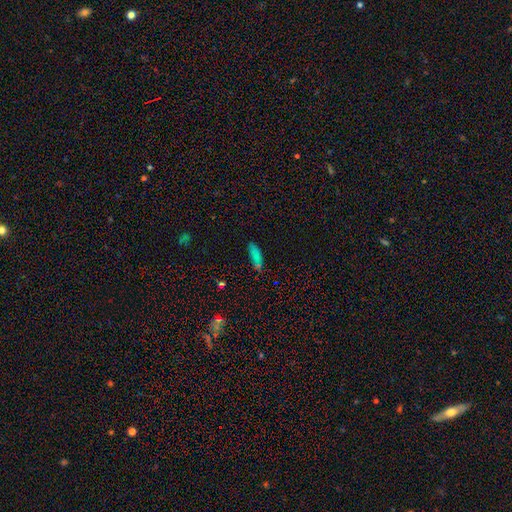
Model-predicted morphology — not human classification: The model was most divided on "how rounded": in between: 50%, cigar-shaped: 44%, round: 6%. More confident: merging — none (68%); smooth or featured — smooth (60%).